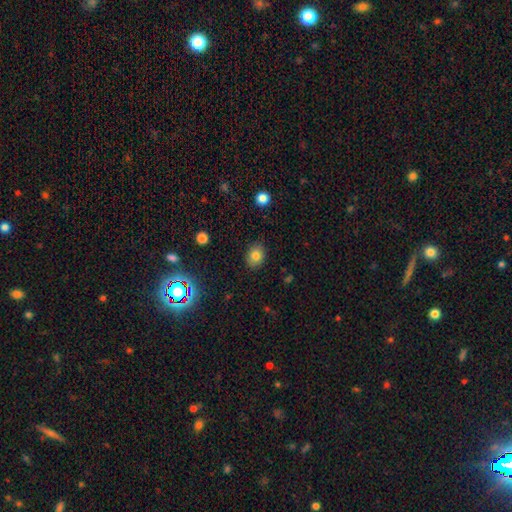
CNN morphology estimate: Smooth or featured? Predicted: smooth (p=0.78). How rounded? Predicted: in between (p=0.56). Merging? Predicted: none (p=0.87).